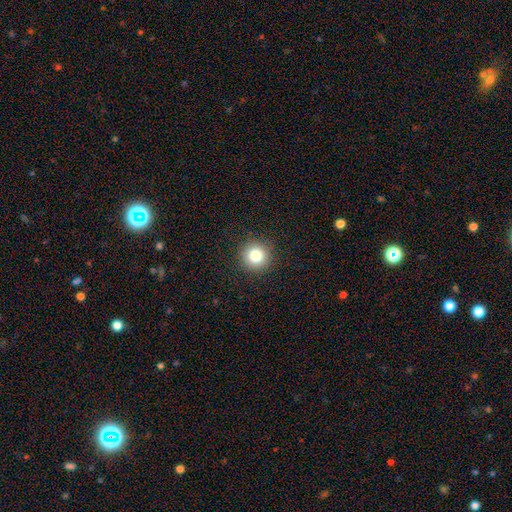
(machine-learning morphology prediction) smooth-or-featured: smooth: 82% | star or artifact: 11% | featured or disk: 7%
  how-rounded: round: 94% | in between: 5% | cigar-shaped: 1%
  merging: none: 92% | minor disturbance: 5% | major disturbance: 2% | merger: 1%